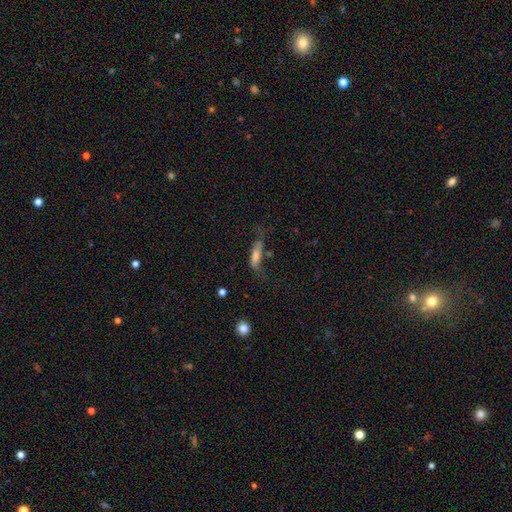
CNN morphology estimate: A smooth galaxy with no disk features (57%) that is cigar-shaped (57%). Merging: none (37%).